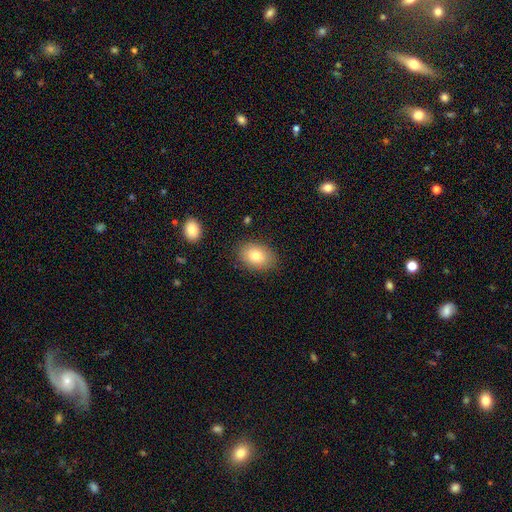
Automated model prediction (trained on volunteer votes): Morphology: type=smooth (79%); roundness=in between (77%); merging=none (85%).